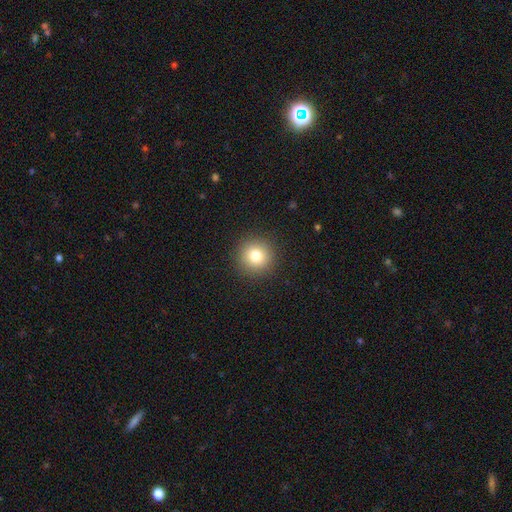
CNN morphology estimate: This is likely a smooth galaxy (79%). How rounded: clearly round (95%). Merging: clearly none (92%).